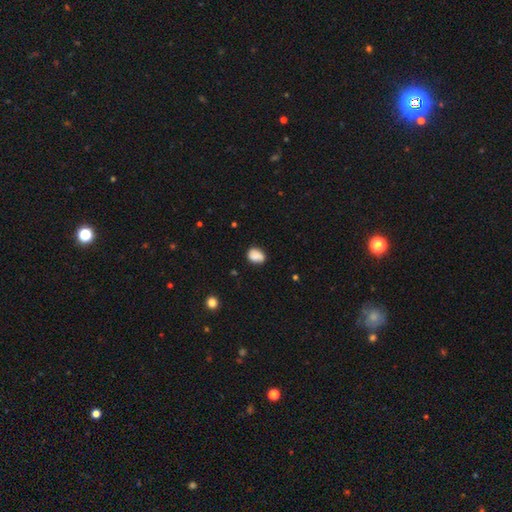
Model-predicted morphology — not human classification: This is clearly a smooth galaxy (83%). How rounded: likely in between (67%). Merging: likely none (66%).